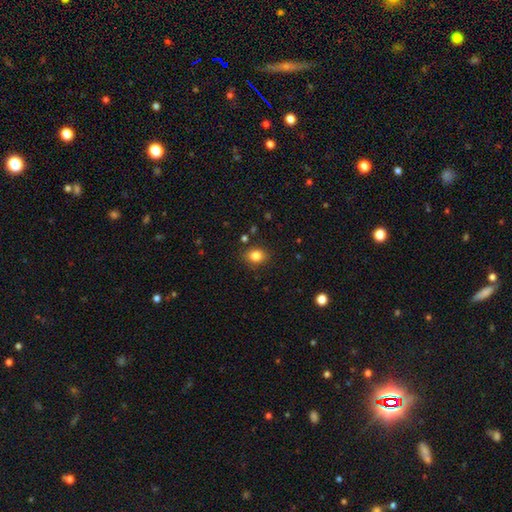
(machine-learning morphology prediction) Smooth or featured? Predicted: smooth (p=0.83). How rounded? Predicted: in between (p=0.50). Merging? Predicted: none (p=0.85).